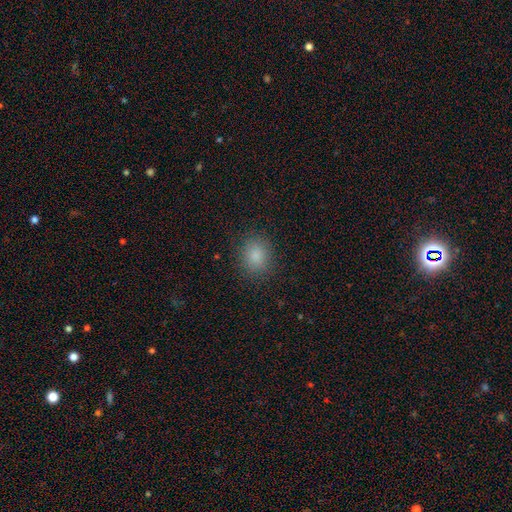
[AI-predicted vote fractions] smooth-or-featured: smooth: 85% | star or artifact: 11% | featured or disk: 4%
  how-rounded: round: 67% | in between: 32% | cigar-shaped: 1%
  merging: none: 87% | minor disturbance: 9% | major disturbance: 3% | merger: 1%